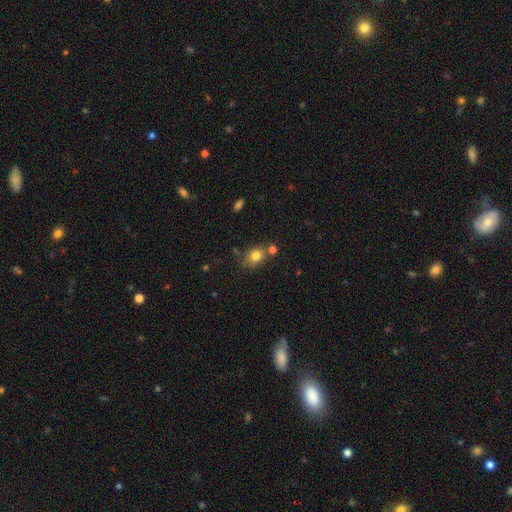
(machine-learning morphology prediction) Q: Smooth or featured?
A: smooth (79%); runner-up: star or artifact (11%)
Q: How rounded?
A: in between (57%); runner-up: round (42%)
Q: Merging?
A: none (66%); runner-up: minor disturbance (15%)